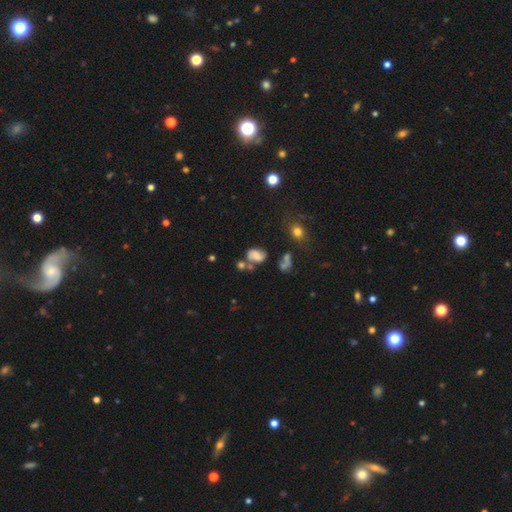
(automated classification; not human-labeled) smooth-or-featured: smooth: 46% | featured or disk: 40% | star or artifact: 14%
  merging: none: 41% | merger: 27% | minor disturbance: 19% | major disturbance: 12%